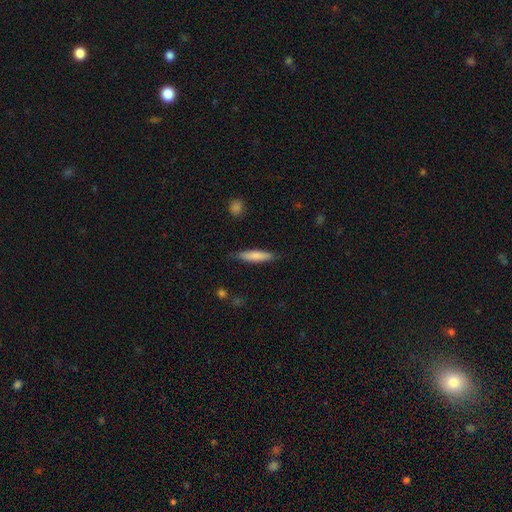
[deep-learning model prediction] Smooth or featured? Predicted: smooth (p=0.78). How rounded? Predicted: cigar-shaped (p=0.82). Merging? Predicted: none (p=0.82).